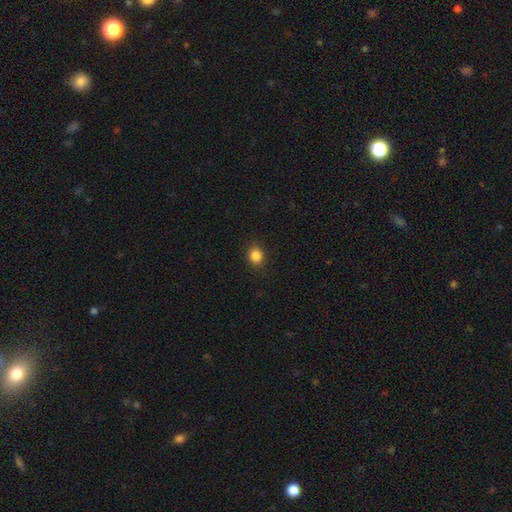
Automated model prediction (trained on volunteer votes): A smooth galaxy with no disk features (86%) that is round (65%). Merging: none (89%).